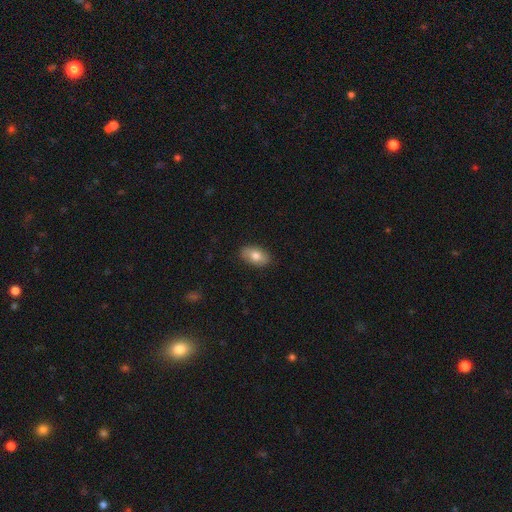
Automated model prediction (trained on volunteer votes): smooth-or-featured: smooth: 76% | featured or disk: 17% | star or artifact: 7%
  how-rounded: in between: 91% | round: 7% | cigar-shaped: 2%
  merging: none: 86% | minor disturbance: 11% | major disturbance: 2% | merger: 1%